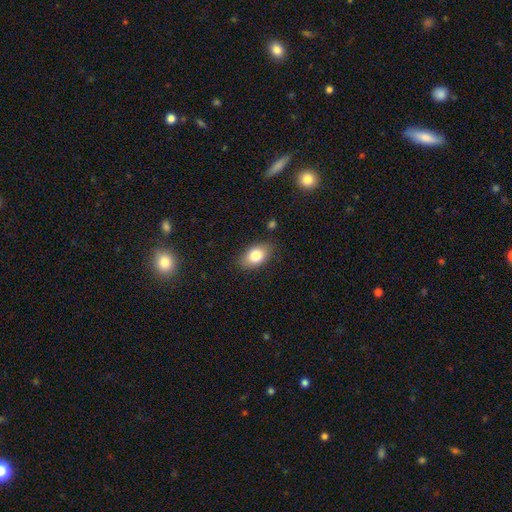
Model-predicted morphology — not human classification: Smooth or featured?
  - smooth: 81% *
  - featured or disk: 11%
  - star or artifact: 8%
How rounded?
  - in between: 88% *
  - round: 10%
  - cigar-shaped: 2%
Merging?
  - none: 83% *
  - minor disturbance: 13%
  - major disturbance: 3%
  - merger: 2%